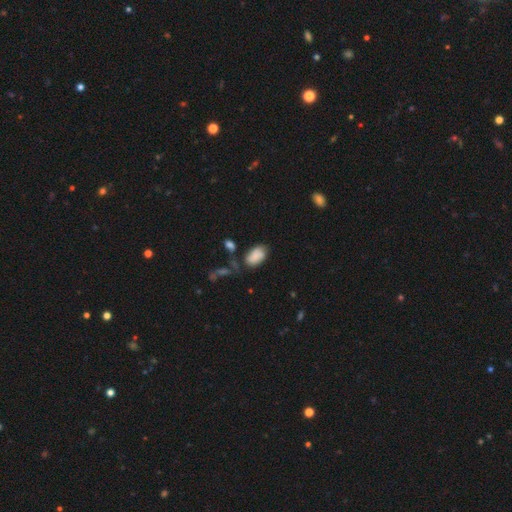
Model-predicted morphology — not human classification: Smooth or featured? Predicted: smooth (p=0.81). How rounded? Predicted: in between (p=0.92). Merging? Predicted: none (p=0.60).